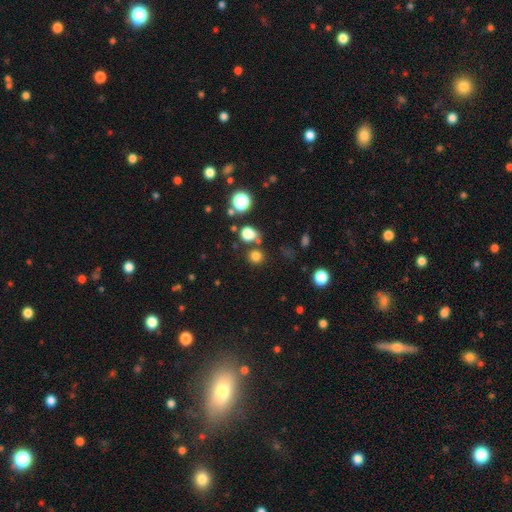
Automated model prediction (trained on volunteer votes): A smooth galaxy with no disk features (76%) that is round (84%).

Vote fractions:
- Smooth or featured? smooth: 76% / star or artifact: 19% / featured or disk: 6%
- How rounded? round: 84% / in between: 15% / cigar-shaped: 1%
- Merging? none: 71% / merger: 15% / minor disturbance: 9% / major disturbance: 4%